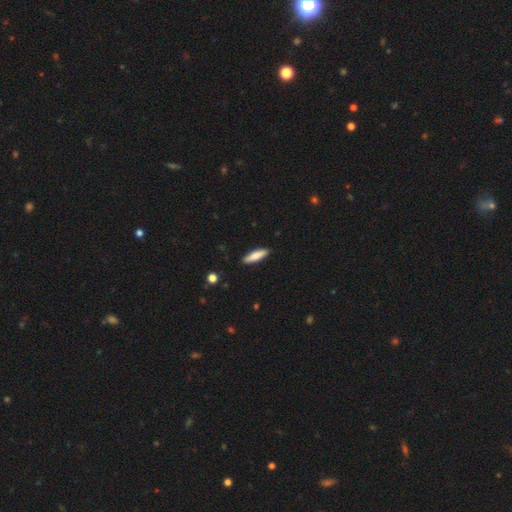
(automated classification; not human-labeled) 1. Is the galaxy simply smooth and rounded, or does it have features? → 76% smooth, 19% featured or disk, 5% star or artifact.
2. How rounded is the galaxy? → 69% cigar-shaped, 29% in between, 2% round.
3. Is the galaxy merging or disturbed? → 89% none, 8% minor disturbance, 2% major disturbance, 1% merger.